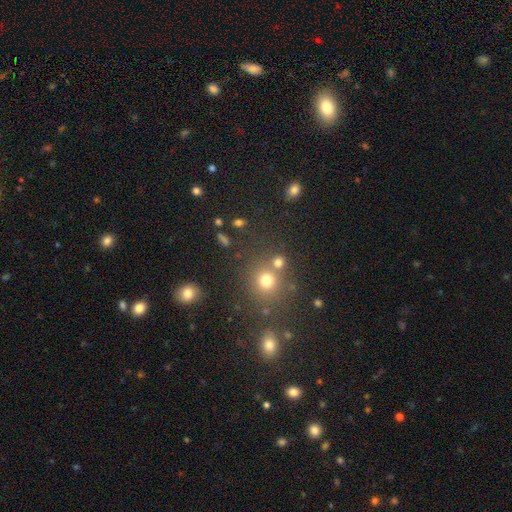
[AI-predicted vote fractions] smooth 47%, star or artifact 44%, featured or disk 9%. Down the decision tree: merging — none (72%).